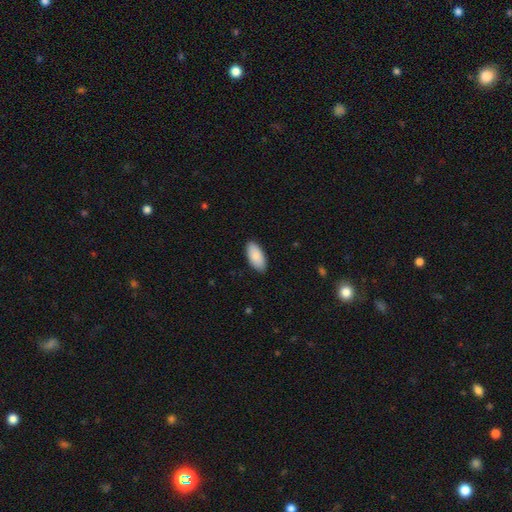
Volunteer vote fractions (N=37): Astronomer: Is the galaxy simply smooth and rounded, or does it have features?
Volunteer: smooth — 86%.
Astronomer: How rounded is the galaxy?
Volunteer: in between — 94%.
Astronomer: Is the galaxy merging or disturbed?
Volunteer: none — 91%.